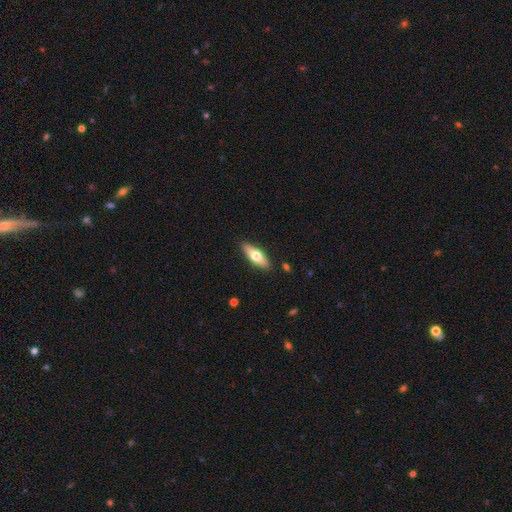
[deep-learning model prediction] This is possibly a smooth galaxy (56%). How rounded: possibly in between (58%). Merging: clearly none (88%).